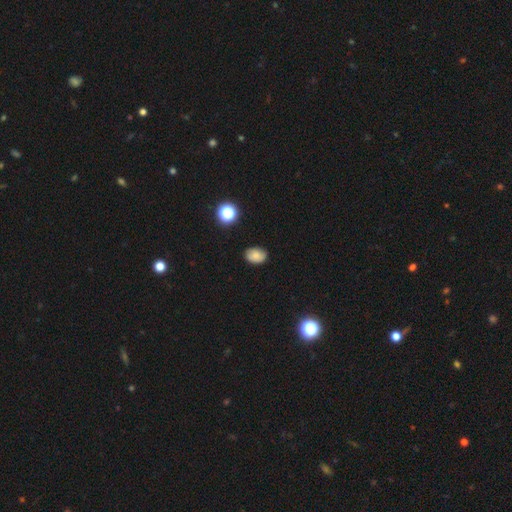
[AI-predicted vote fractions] A smooth galaxy with no disk features (77%) that is in between round and cigar-shaped (74%).

Vote fractions:
- Smooth or featured? smooth: 77% / featured or disk: 11% / star or artifact: 11%
- How rounded? in between: 74% / round: 25% / cigar-shaped: 1%
- Merging? none: 82% / minor disturbance: 14% / major disturbance: 3% / merger: 1%